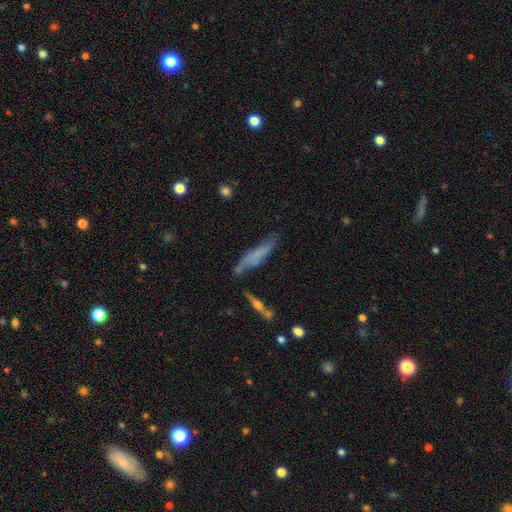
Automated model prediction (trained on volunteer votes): This appears to be a smooth galaxy with no disk features (52%) that is cigar-shaped (80%). Merging: none (55%).